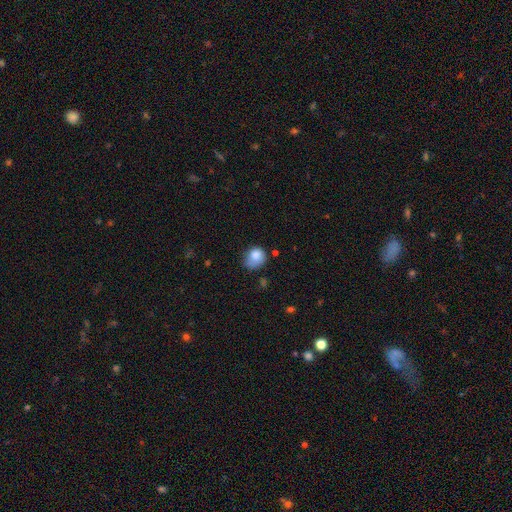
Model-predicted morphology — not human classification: This appears to be a smooth galaxy with no disk features (82%) that is round (60%). Merging: none (40%).